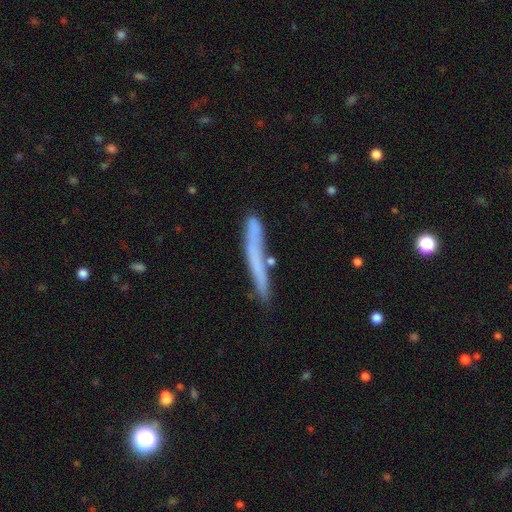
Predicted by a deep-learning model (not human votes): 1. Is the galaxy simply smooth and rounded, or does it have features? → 55% smooth, 35% featured or disk, 9% star or artifact.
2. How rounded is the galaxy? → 96% cigar-shaped, 3% in between, 2% round.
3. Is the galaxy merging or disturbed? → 73% none, 17% minor disturbance, 5% merger, 5% major disturbance.